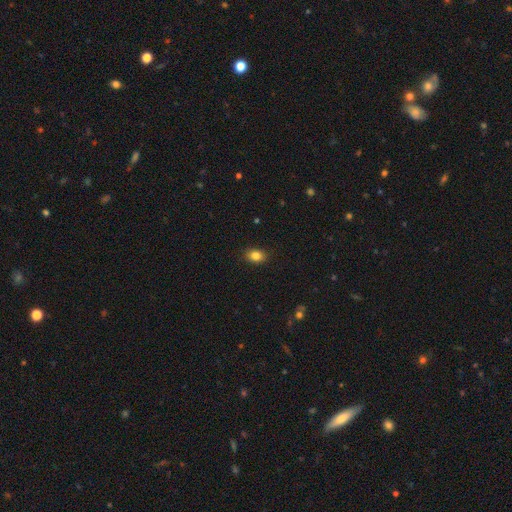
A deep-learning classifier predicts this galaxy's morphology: Smooth or featured? smooth (84%)
How rounded? in between (72%)
Merging? none (88%)